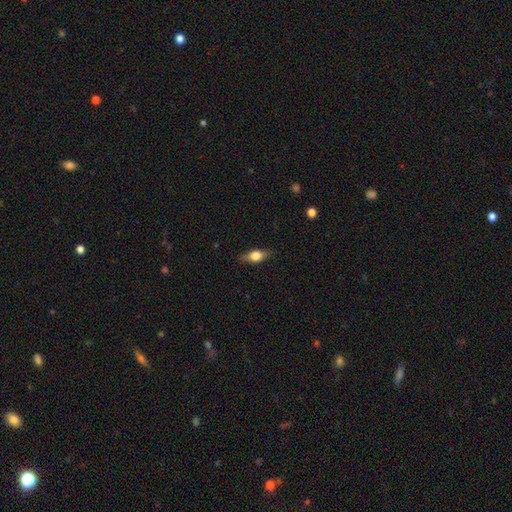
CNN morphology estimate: Smooth or featured? Predicted: smooth (p=0.49). Merging? Predicted: none (p=0.83).